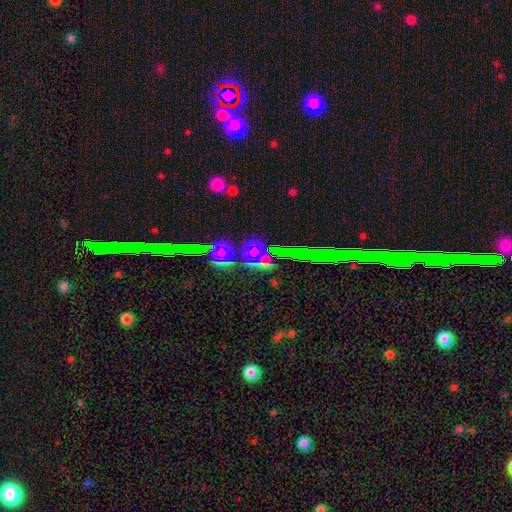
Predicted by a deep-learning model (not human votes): Smooth or featured: star or artifact — 68% (smooth — 20%)